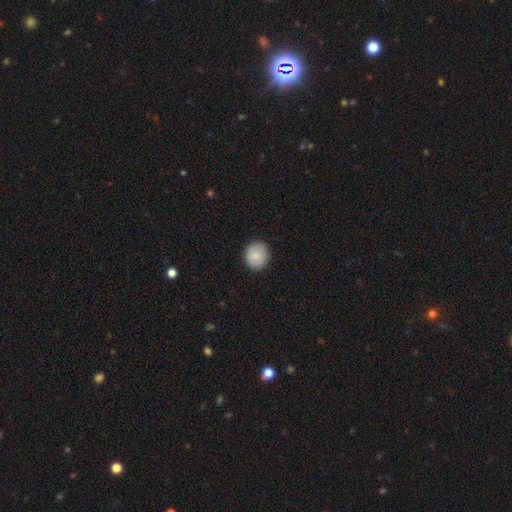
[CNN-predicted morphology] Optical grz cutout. It shows a smooth galaxy with no disk features (80%) that is round (81%). Merging: none (88%).